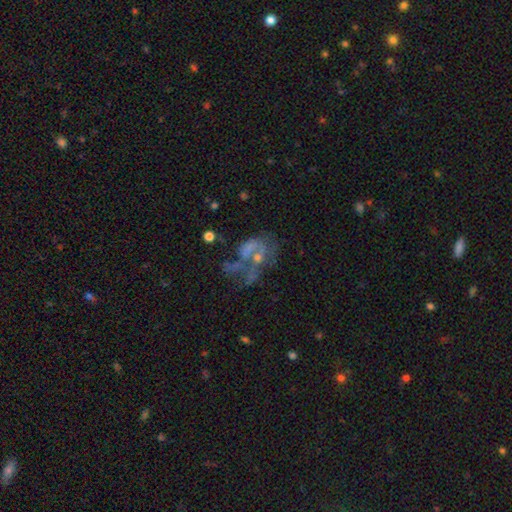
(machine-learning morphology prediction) The model was most divided on "merging": major disturbance: 40%, merger: 26%, none: 22%, minor disturbance: 12%. Remaining: edge-on disk — no (98%); bar — no (81%); spiral arms — no (70%); smooth or featured — featured or disk (60%); bulge size — none (46%).